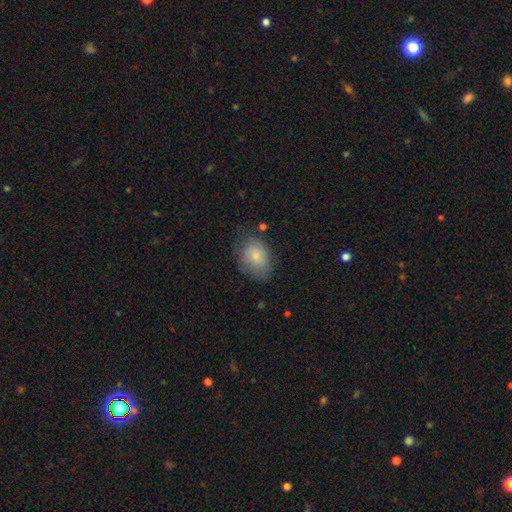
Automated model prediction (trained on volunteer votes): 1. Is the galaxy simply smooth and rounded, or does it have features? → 81% smooth, 12% featured or disk, 7% star or artifact.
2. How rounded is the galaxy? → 78% in between, 21% round, 1% cigar-shaped.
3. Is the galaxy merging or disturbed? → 65% none, 25% minor disturbance, 7% major disturbance, 2% merger.